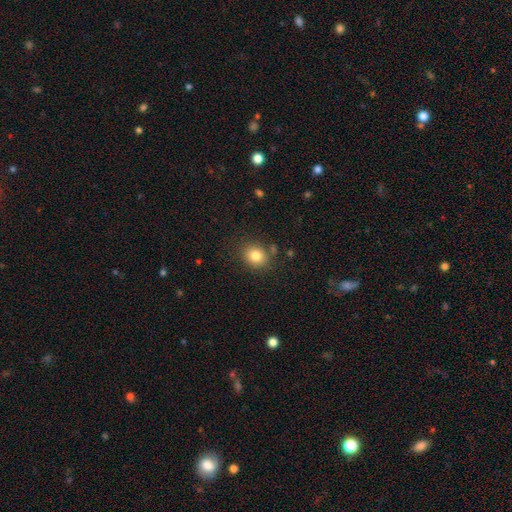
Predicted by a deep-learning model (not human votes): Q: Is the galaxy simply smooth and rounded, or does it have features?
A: smooth — 82%.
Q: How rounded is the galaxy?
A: round — 71%.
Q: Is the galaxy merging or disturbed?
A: none — 82%.